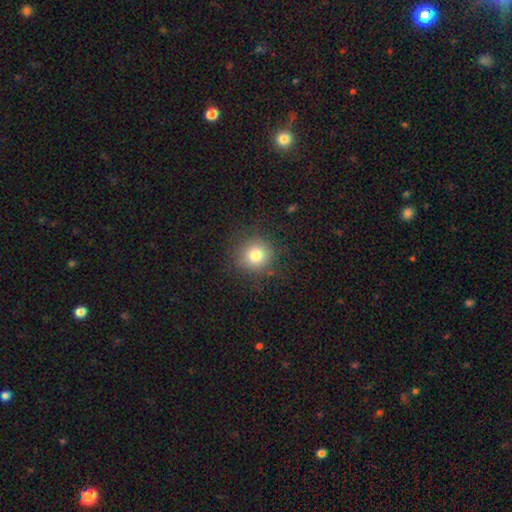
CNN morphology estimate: Smooth or featured? Predicted: smooth (p=0.79). How rounded? Predicted: round (p=0.92). Merging? Predicted: none (p=0.88).